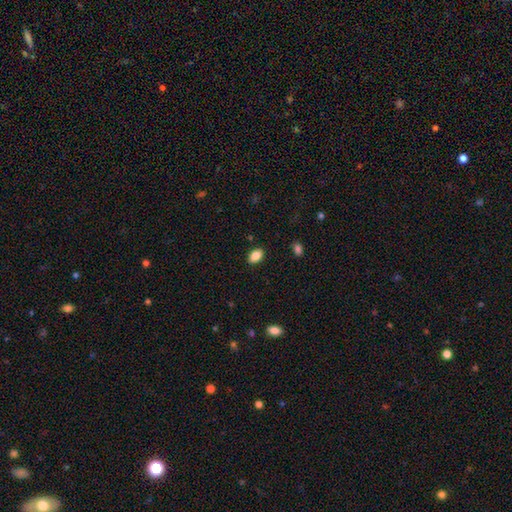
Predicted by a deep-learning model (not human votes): smooth 87%, star or artifact 9%, featured or disk 5%. Down the decision tree: how rounded — in between (87%); merging — none (88%).